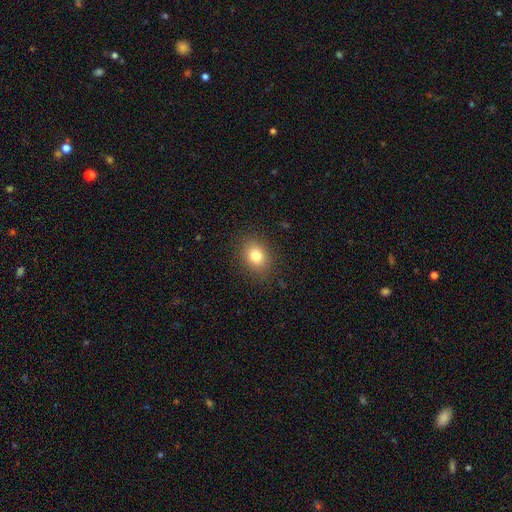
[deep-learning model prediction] A smooth galaxy with no disk features (79%) that is in between round and cigar-shaped (54%).

Vote fractions:
- Smooth or featured? smooth: 79% / star or artifact: 11% / featured or disk: 9%
- How rounded? in between: 54% / round: 45% / cigar-shaped: 1%
- Merging? none: 87% / minor disturbance: 9% / major disturbance: 3% / merger: 1%